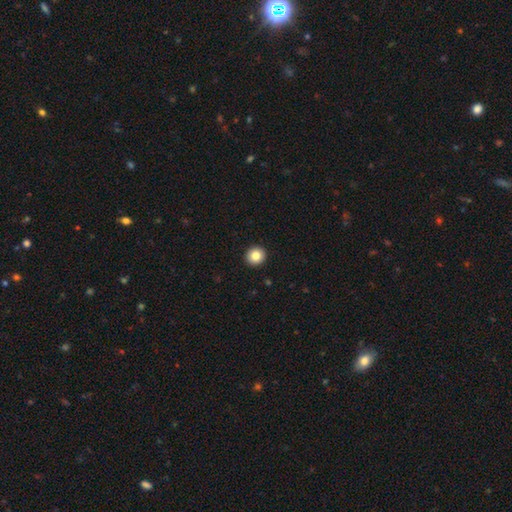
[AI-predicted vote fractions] smooth-or-featured: smooth: 84% | star or artifact: 9% | featured or disk: 7%
  how-rounded: round: 90% | in between: 9% | cigar-shaped: 1%
  merging: none: 93% | minor disturbance: 4% | major disturbance: 1% | merger: 1%